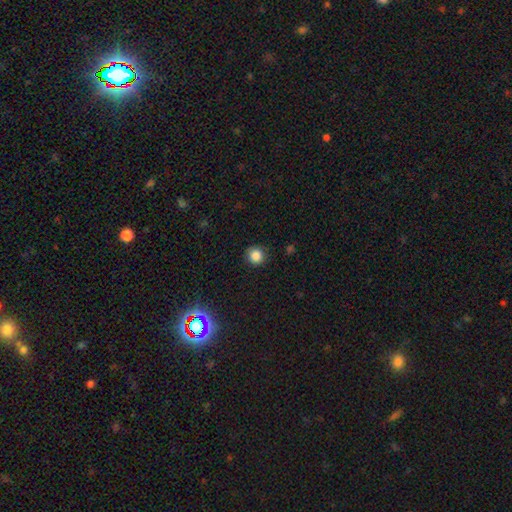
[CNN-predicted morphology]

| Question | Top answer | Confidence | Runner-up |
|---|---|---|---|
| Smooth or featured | smooth | 84% | star or artifact (12%) |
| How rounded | round | 94% | in between (5%) |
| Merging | none | 90% | minor disturbance (7%) |